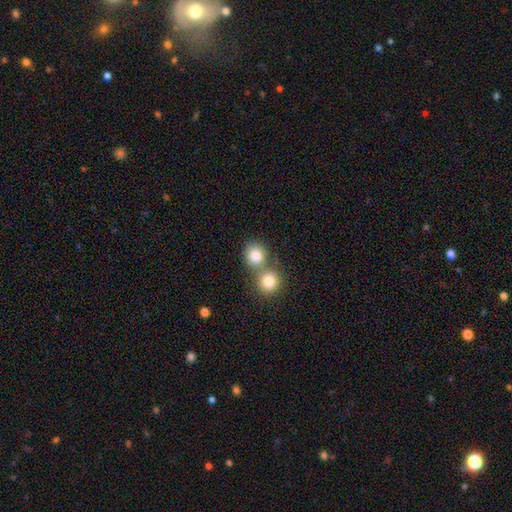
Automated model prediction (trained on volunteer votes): The model was most divided on "merging": none: 47%, merger: 44%, minor disturbance: 6%, major disturbance: 2%. More confident: how rounded — round (85%); smooth or featured — smooth (82%).